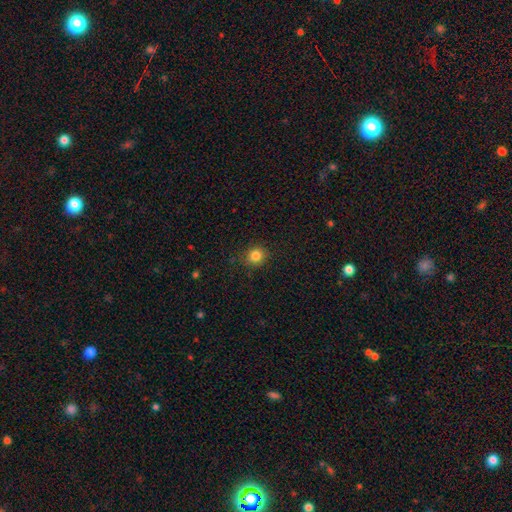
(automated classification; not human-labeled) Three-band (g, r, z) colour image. It shows a smooth galaxy with no disk features (83%) that is round (85%). Merging: none (87%).